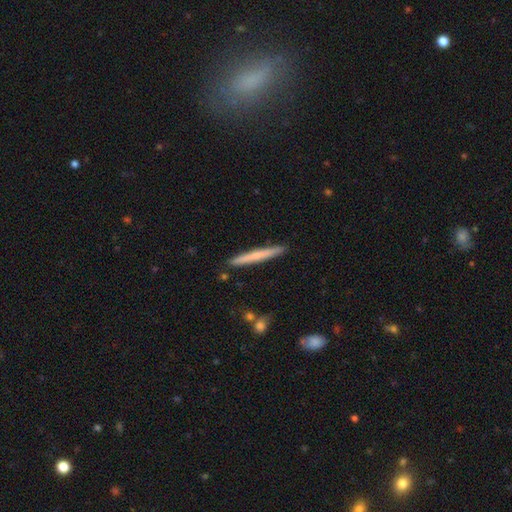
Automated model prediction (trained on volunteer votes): Smooth or featured?
  - smooth: 57% *
  - featured or disk: 37%
  - star or artifact: 6%
How rounded?
  - cigar-shaped: 97% *
  - in between: 2%
  - round: 1%
Merging?
  - none: 91% *
  - minor disturbance: 6%
  - merger: 1%
  - major disturbance: 1%